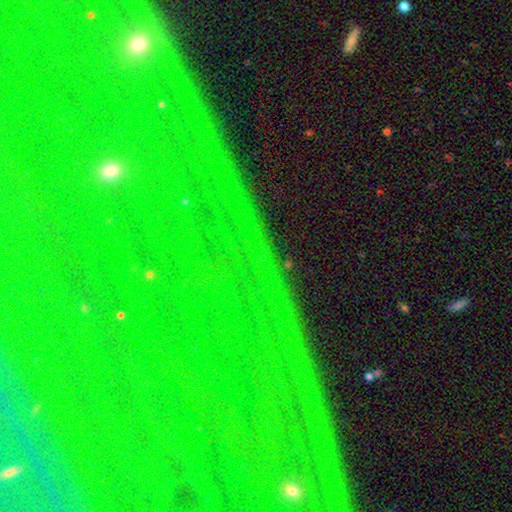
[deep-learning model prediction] This appears to be a star or artifact, not a galaxy (85%).